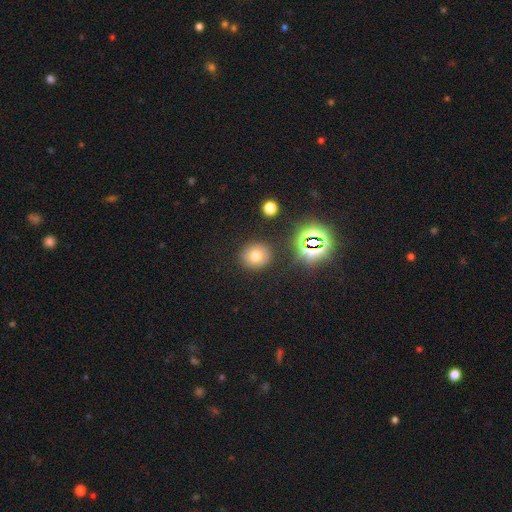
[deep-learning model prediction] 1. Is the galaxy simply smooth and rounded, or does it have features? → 70% smooth, 18% star or artifact, 12% featured or disk.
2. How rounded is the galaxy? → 84% round, 15% in between, 1% cigar-shaped.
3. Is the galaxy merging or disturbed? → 86% none, 8% minor disturbance, 3% major disturbance, 3% merger.